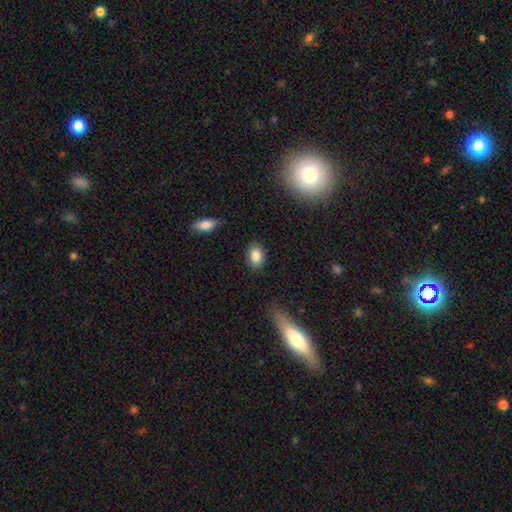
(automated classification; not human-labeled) The model was most divided on "how rounded": in between: 73%, round: 26%, cigar-shaped: 2%. More confident: smooth or featured — smooth (86%); merging — none (86%).